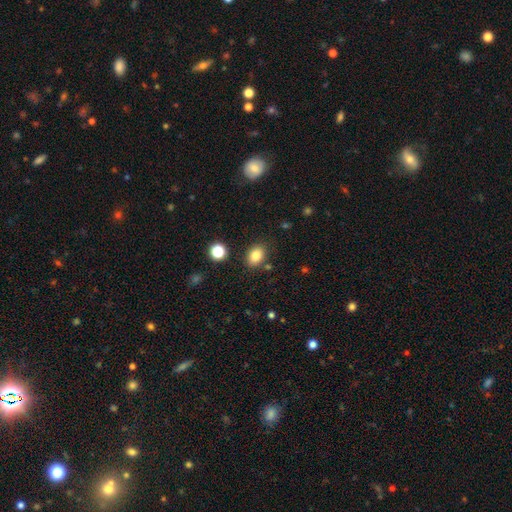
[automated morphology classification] Smooth or featured? Predicted: smooth (p=0.83). How rounded? Predicted: in between (p=0.75). Merging? Predicted: none (p=0.83).